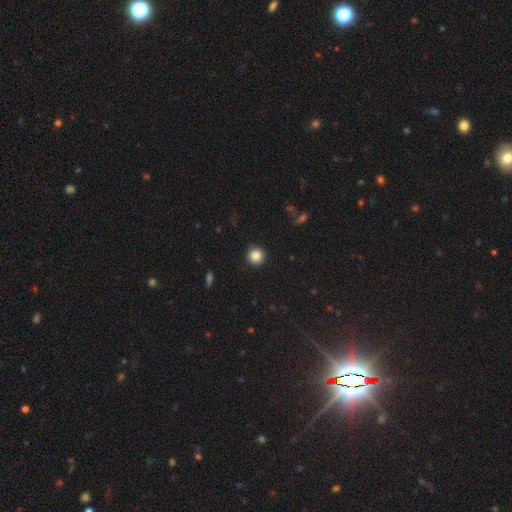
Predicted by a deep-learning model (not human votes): Smooth or featured: smooth — 86% (star or artifact — 10%)
How rounded: round — 95% (in between — 4%)
Merging: none — 92% (minor disturbance — 6%)